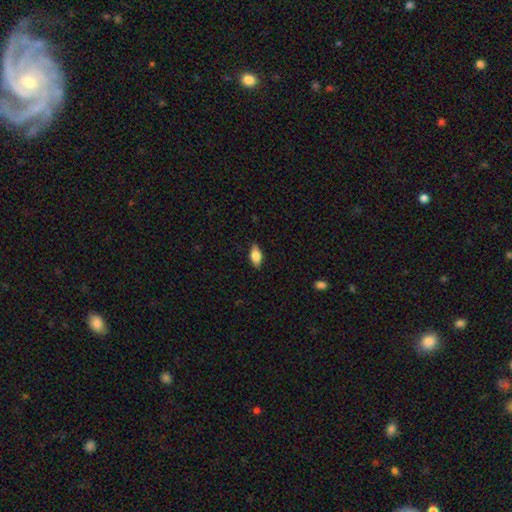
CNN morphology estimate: smooth-or-featured: smooth: 74% | featured or disk: 19% | star or artifact: 7%
  how-rounded: in between: 86% | cigar-shaped: 10% | round: 4%
  merging: none: 86% | minor disturbance: 11% | major disturbance: 2% | merger: 1%